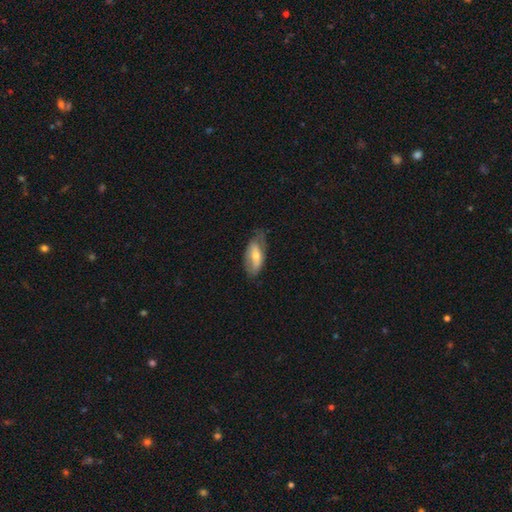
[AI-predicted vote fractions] This is possibly a smooth galaxy (51%). How rounded: clearly in between (86%). Merging: possibly none (59%).